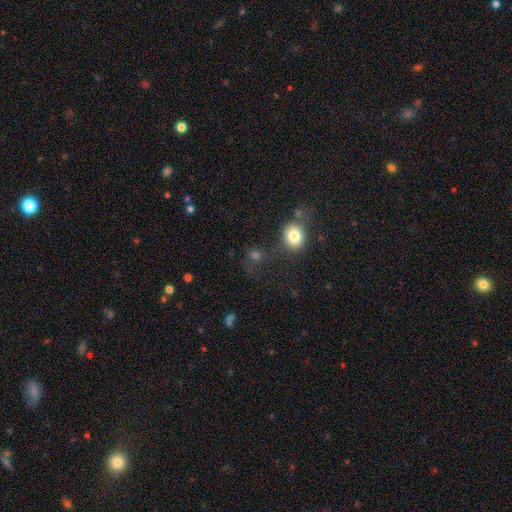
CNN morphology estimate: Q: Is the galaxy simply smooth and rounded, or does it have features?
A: smooth — 68%.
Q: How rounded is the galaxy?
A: round — 73%.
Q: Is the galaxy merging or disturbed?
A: none — 61%.